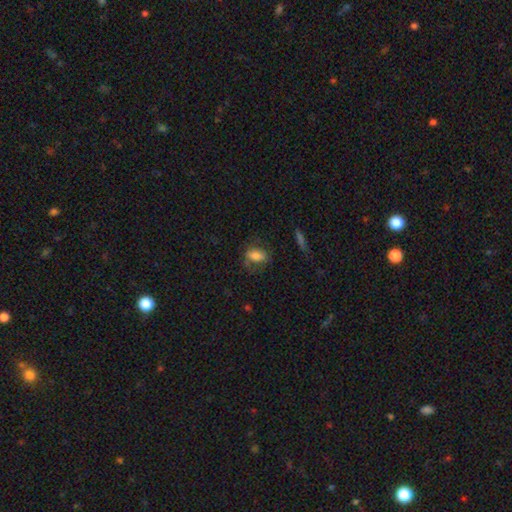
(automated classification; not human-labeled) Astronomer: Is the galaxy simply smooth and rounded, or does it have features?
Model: smooth — 73%.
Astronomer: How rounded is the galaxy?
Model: in between — 82%.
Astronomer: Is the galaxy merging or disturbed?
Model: none — 61%.